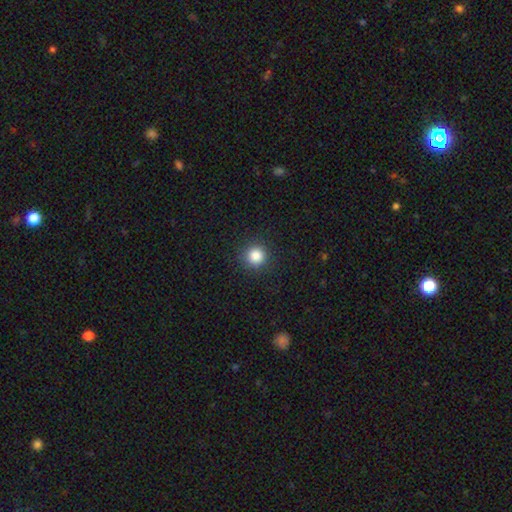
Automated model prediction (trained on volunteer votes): smooth-or-featured: smooth: 85% | star or artifact: 11% | featured or disk: 4%
  how-rounded: round: 95% | in between: 5% | cigar-shaped: 1%
  merging: none: 91% | minor disturbance: 6% | major disturbance: 2% | merger: 1%